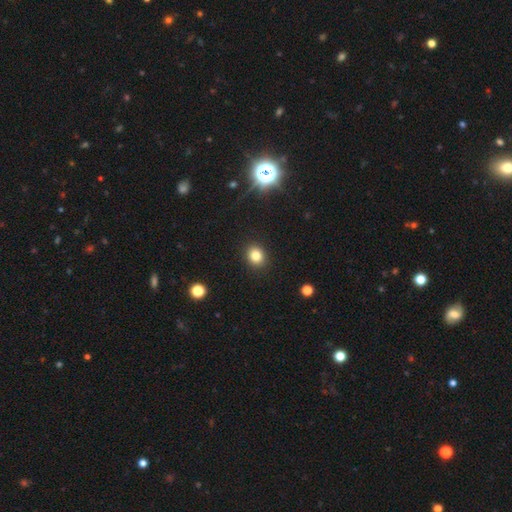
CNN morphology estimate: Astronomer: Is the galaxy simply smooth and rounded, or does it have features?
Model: smooth — 82%.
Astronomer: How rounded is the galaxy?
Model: round — 68%.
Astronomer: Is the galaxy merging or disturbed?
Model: none — 91%.